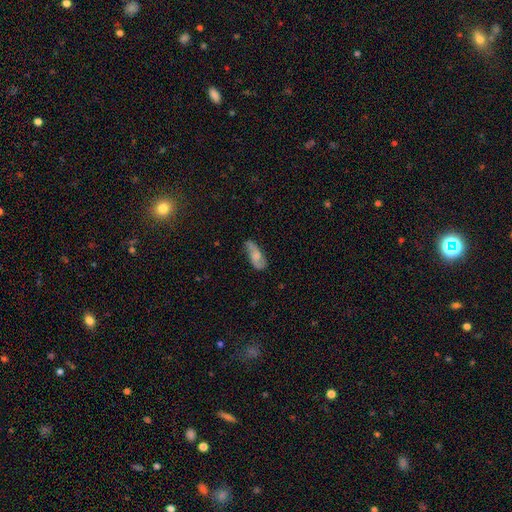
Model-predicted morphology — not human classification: The model was most divided on "smooth or featured": featured or disk: 48%, smooth: 45%, star or artifact: 7%. More confident: merging — none (63%).